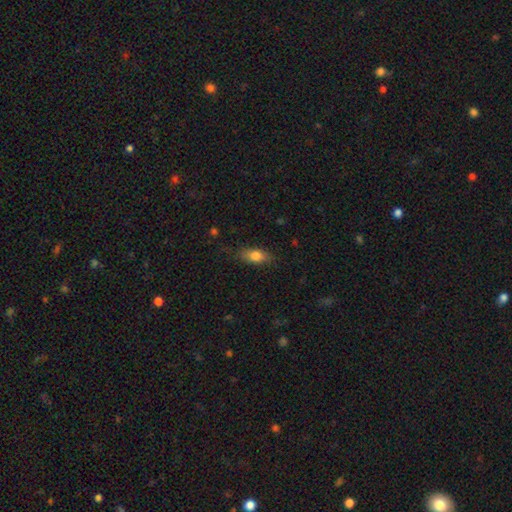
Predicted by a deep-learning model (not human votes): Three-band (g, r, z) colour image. It shows a smooth galaxy with no disk features (78%) that is in between round and cigar-shaped (82%). Merging: none (78%).